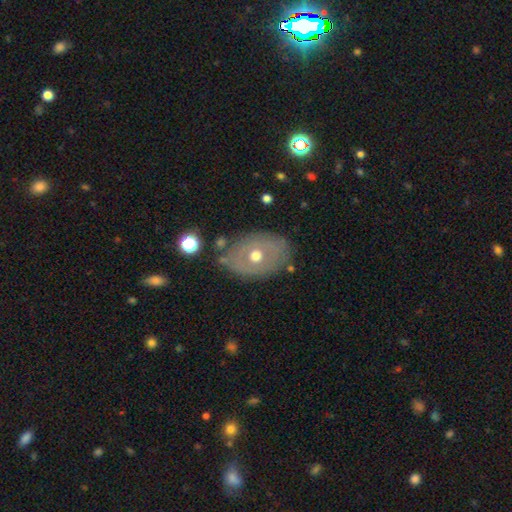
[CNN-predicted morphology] Smooth or featured?
  - featured or disk: 52% *
  - smooth: 40%
  - star or artifact: 8%
Edge-on disk?
  - no: 92% *
  - yes: 8%
Merging?
  - none: 72% *
  - minor disturbance: 17%
  - major disturbance: 7%
  - merger: 4%